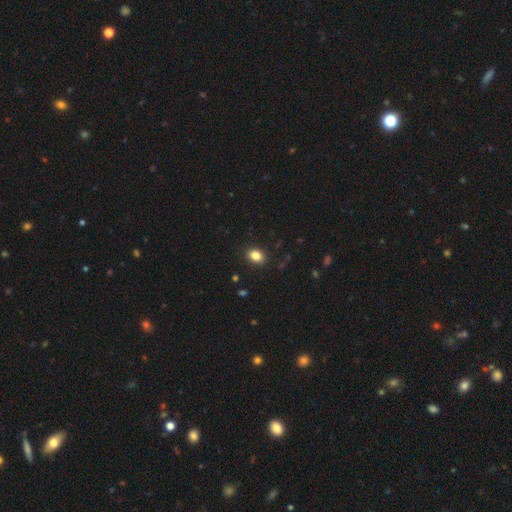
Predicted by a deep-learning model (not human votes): Q: Smooth or featured?
A: smooth (84%); runner-up: star or artifact (10%)
Q: How rounded?
A: in between (61%); runner-up: round (38%)
Q: Merging?
A: none (89%); runner-up: minor disturbance (8%)